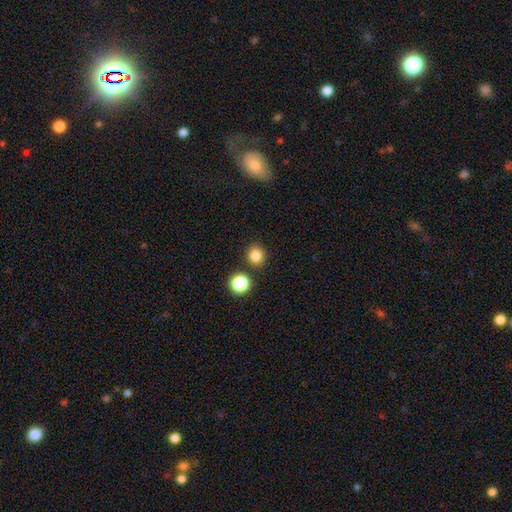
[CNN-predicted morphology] type=smooth (81%); roundness=round (87%); merging=none (84%).